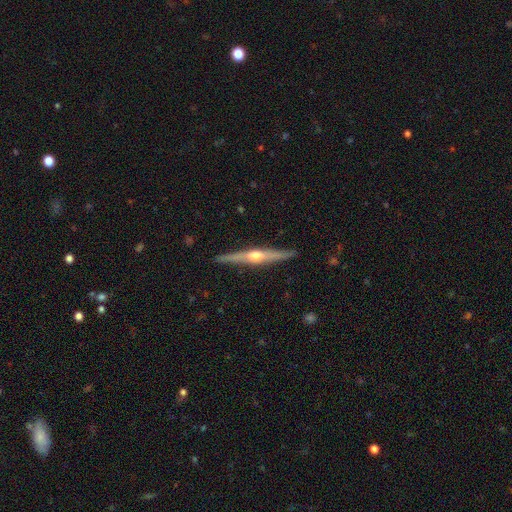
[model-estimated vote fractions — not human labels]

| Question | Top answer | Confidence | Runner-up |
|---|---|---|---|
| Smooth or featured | featured or disk | 80% | smooth (15%) |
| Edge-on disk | yes | 98% | no (2%) |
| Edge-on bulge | rounded | 92% | none (4%) |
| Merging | none | 91% | minor disturbance (7%) |